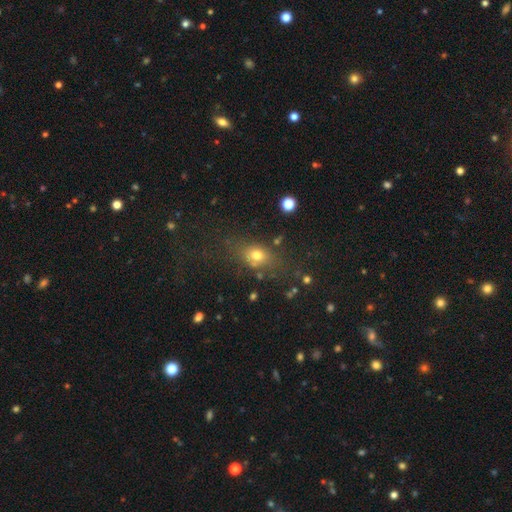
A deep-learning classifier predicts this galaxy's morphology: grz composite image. It shows a smooth galaxy with no disk features (70%) that is in between round and cigar-shaped (57%). Merging: none (69%).